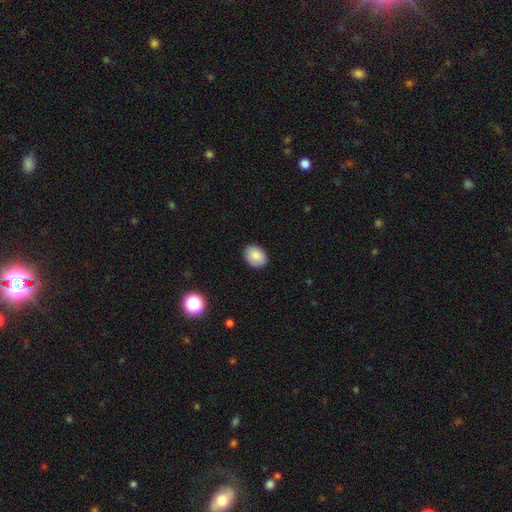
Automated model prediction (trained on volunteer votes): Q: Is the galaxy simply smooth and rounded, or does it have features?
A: smooth — 86%.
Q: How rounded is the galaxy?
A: in between — 70%.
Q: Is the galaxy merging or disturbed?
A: none — 87%.